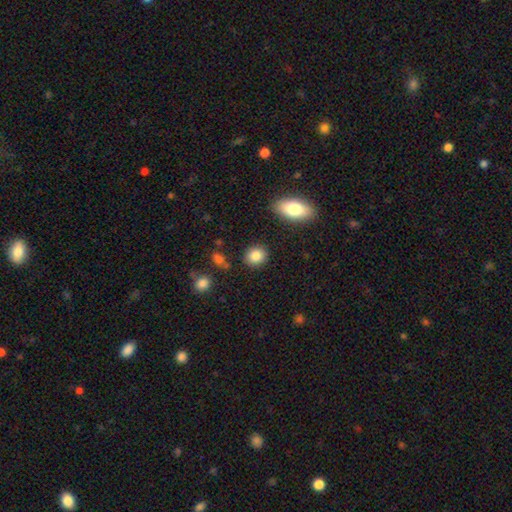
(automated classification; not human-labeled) The model was most divided on "how rounded": round: 68%, in between: 30%, cigar-shaped: 1%. More confident: merging — none (88%); smooth or featured — smooth (86%).